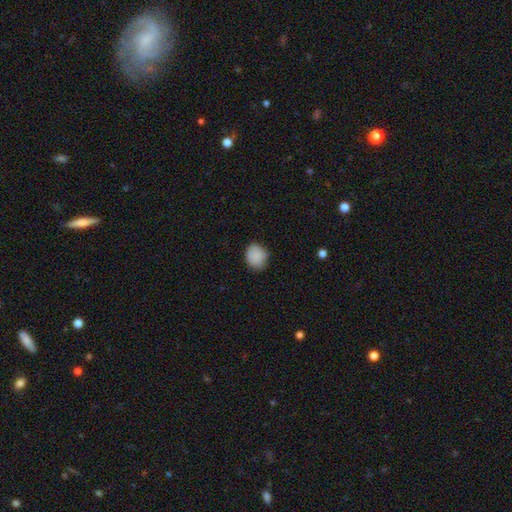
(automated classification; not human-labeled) Smooth or featured?
  - smooth: 88% *
  - star or artifact: 8%
  - featured or disk: 5%
How rounded?
  - round: 67% *
  - in between: 32%
  - cigar-shaped: 1%
Merging?
  - none: 80% *
  - minor disturbance: 16%
  - major disturbance: 3%
  - merger: 1%